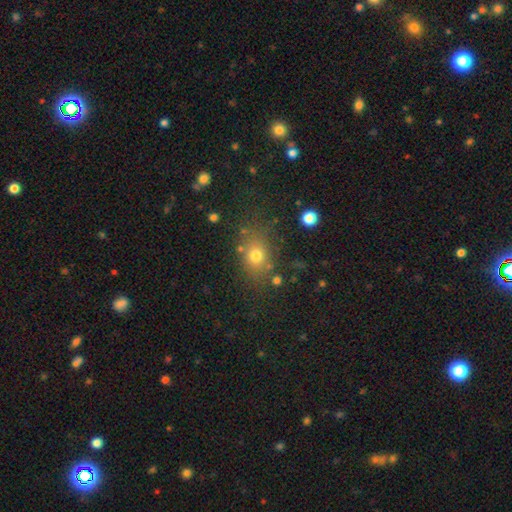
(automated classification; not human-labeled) The model was most divided on "how rounded": in between: 52%, round: 46%, cigar-shaped: 2%. More confident: merging — none (74%); smooth or featured — smooth (72%).